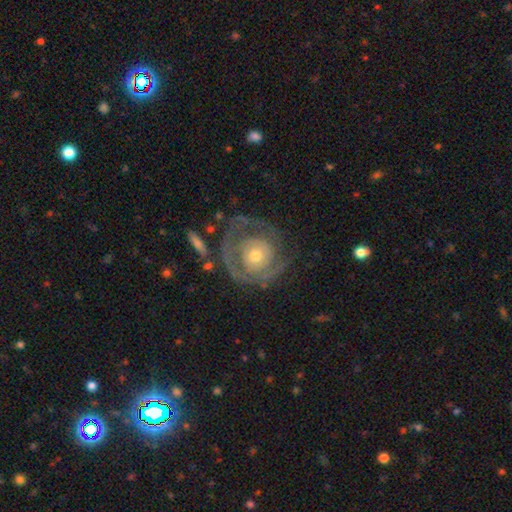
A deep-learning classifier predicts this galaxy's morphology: A featured or disk galaxy (74%) with no bar (85%), spiral arms (69%) and a moderate central bulge (47%, tied with small).

Vote fractions:
- Smooth or featured? featured or disk: 74% / smooth: 20% / star or artifact: 6%
- Edge-on disk? no: 97% / yes: 3%
- Bar? no: 85% / weak: 12% / strong: 3%
- Spiral arms? yes: 69% / no: 31%
- Bulge size? moderate: 47% (tied) / small: 47% (tied) / large: 4% / none: 1% / dominant: 1%
- Merging? none: 58% / major disturbance: 21% / minor disturbance: 18% / merger: 3%